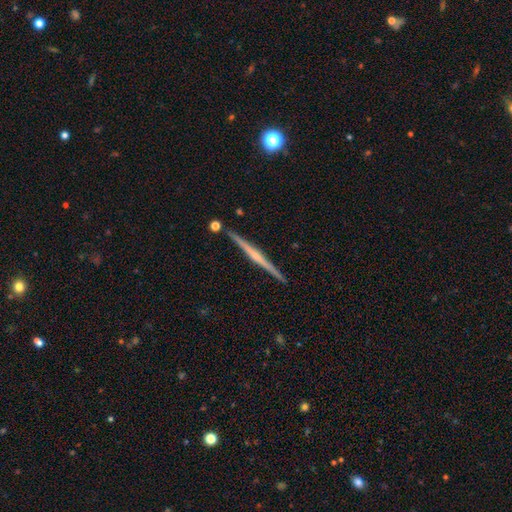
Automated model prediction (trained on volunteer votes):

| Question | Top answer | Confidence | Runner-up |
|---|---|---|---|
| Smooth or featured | featured or disk | 77% | smooth (17%) |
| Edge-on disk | yes | 99% | no (1%) |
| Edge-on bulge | rounded | 60% | none (30%) |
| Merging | none | 91% | minor disturbance (6%) |